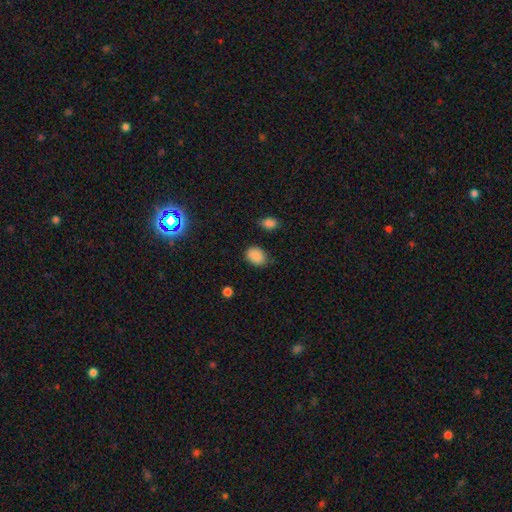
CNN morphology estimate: Overall: smooth (88%). How rounded: in between (68%; round 31%). Merging: none (76%).